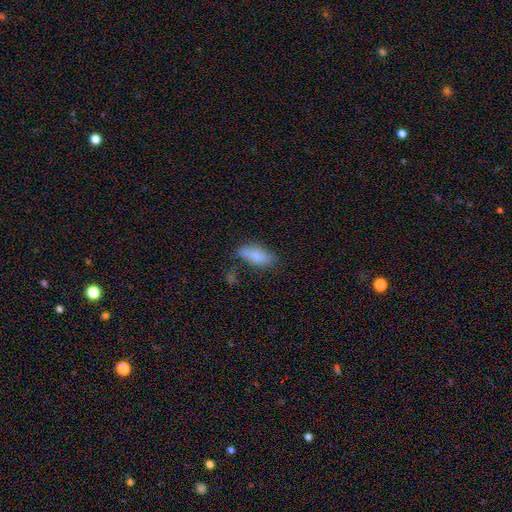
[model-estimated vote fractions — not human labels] Q: Smooth or featured?
A: smooth (78%); runner-up: featured or disk (14%)
Q: How rounded?
A: in between (77%); runner-up: cigar-shaped (21%)
Q: Merging?
A: none (55%); runner-up: minor disturbance (29%)